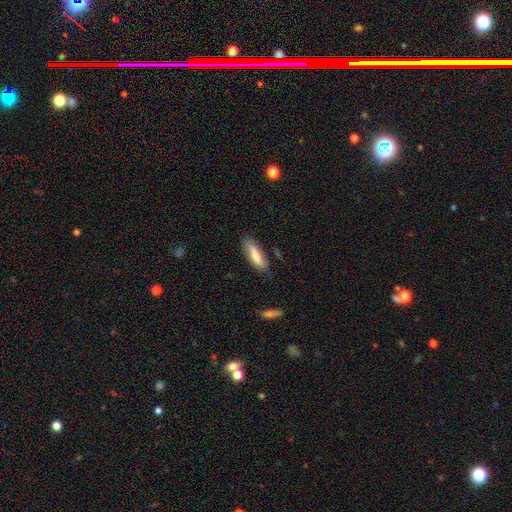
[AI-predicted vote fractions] A smooth galaxy with no disk features (71%) that is cigar-shaped (55%). Merging: none (78%).